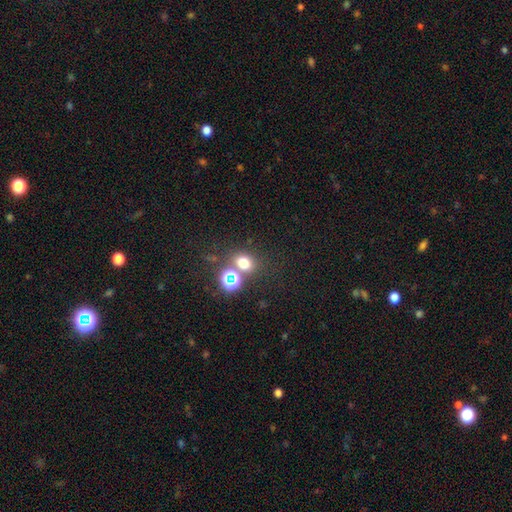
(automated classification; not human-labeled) smooth-or-featured: star or artifact: 55% | smooth: 36% | featured or disk: 9%